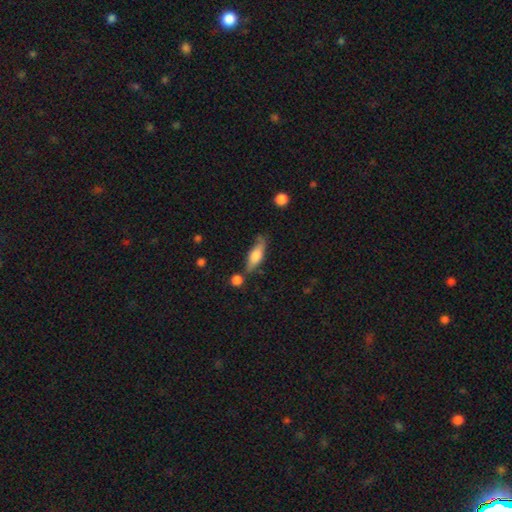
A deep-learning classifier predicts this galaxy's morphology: Smooth or featured? Predicted: smooth (p=0.59). How rounded? Predicted: cigar-shaped (p=0.49). Merging? Predicted: none (p=0.66).